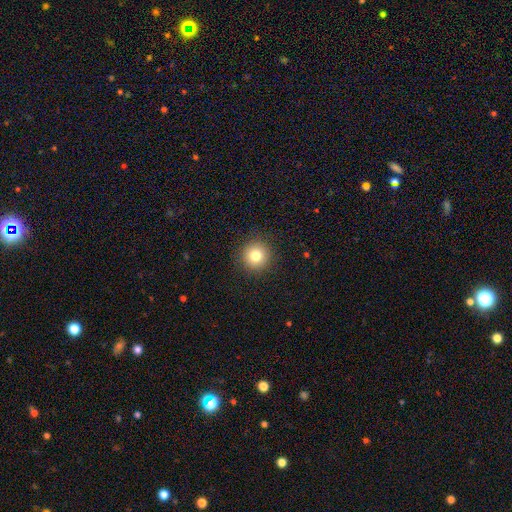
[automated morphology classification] Smooth or featured? Predicted: smooth (p=0.79). How rounded? Predicted: round (p=0.95). Merging? Predicted: none (p=0.91).